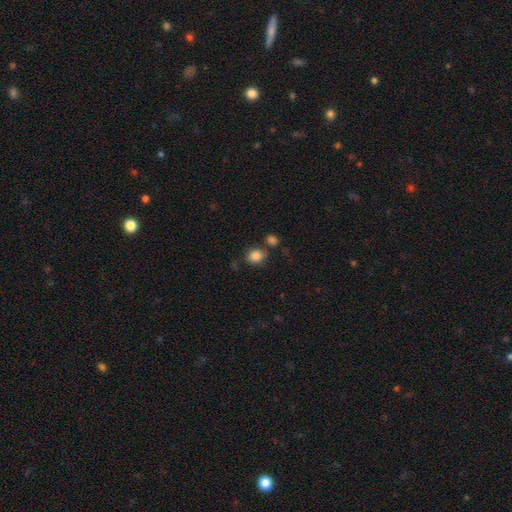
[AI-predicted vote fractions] This appears to be a smooth galaxy with no disk features (85%) that is round (72%). Merging: none (72%).